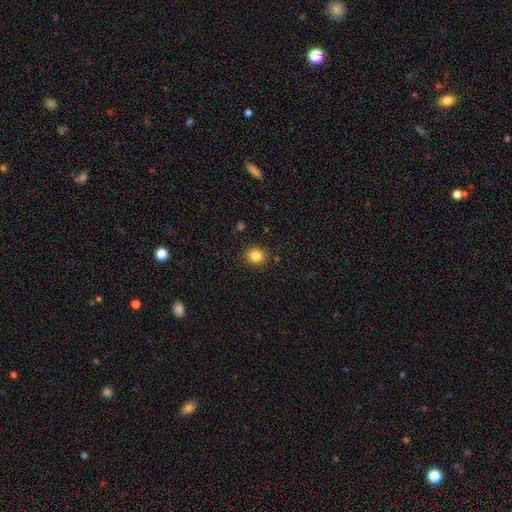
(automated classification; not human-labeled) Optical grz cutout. It shows a smooth galaxy with no disk features (84%) that is round (81%). Merging: none (89%).